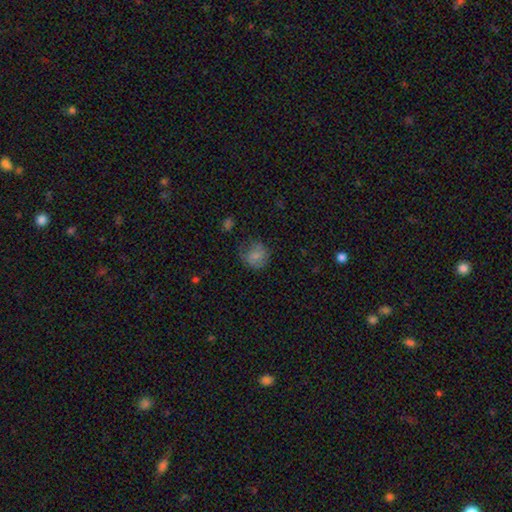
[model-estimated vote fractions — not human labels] smooth-or-featured: smooth: 73% | featured or disk: 17% | star or artifact: 10%
  how-rounded: round: 79% | in between: 20% | cigar-shaped: 1%
  merging: none: 59% | minor disturbance: 27% | major disturbance: 12% | merger: 2%